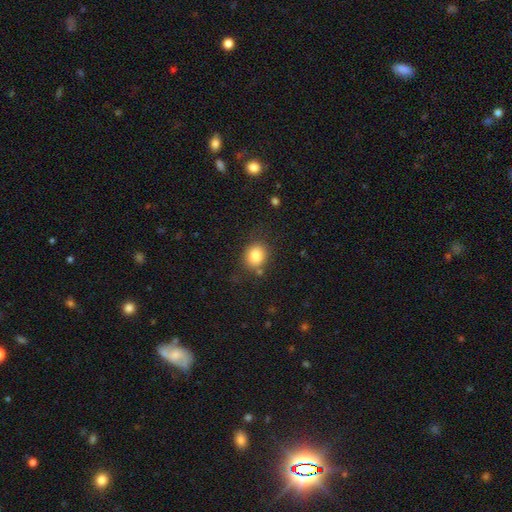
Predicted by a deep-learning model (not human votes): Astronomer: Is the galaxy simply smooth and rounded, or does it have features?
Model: smooth — 83%.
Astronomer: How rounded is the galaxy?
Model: round — 65%.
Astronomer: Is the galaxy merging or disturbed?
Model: none — 79%.